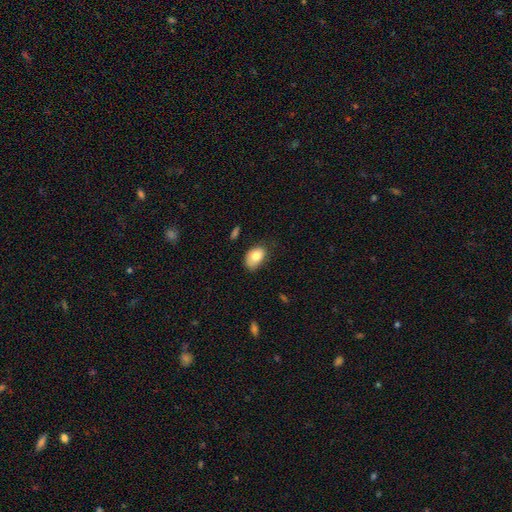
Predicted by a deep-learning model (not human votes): This is likely a smooth galaxy (80%). How rounded: clearly in between (87%). Merging: likely none (64%).